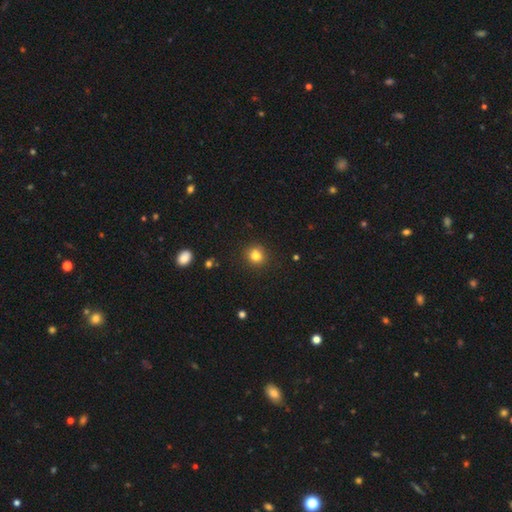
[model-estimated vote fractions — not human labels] This is clearly a smooth galaxy (81%). How rounded: clearly round (88%). Merging: clearly none (87%).